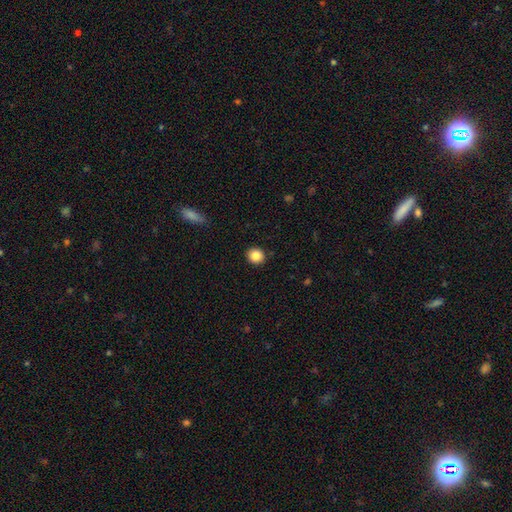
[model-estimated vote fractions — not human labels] Smooth or featured?
  - smooth: 86% *
  - star or artifact: 9%
  - featured or disk: 5%
How rounded?
  - round: 87% *
  - in between: 12%
  - cigar-shaped: 1%
Merging?
  - none: 91% *
  - minor disturbance: 6%
  - major disturbance: 2%
  - merger: 1%